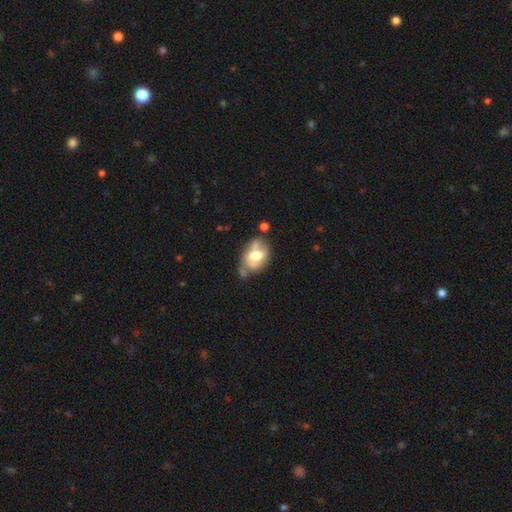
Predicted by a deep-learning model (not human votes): This is possibly a smooth galaxy (48%). Merging: marginally none (39%).